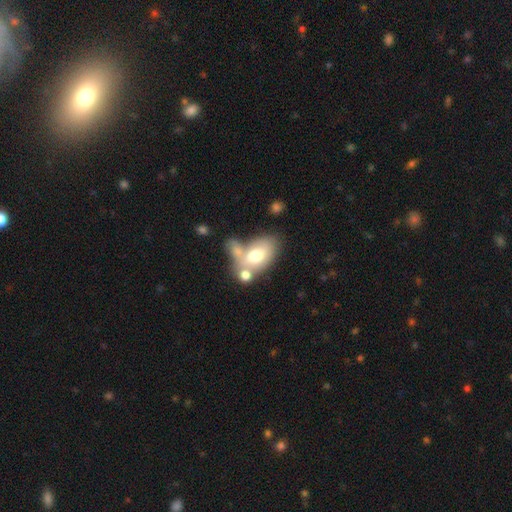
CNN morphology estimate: A smooth galaxy with no disk features (66%) that is in between round and cigar-shaped (87%). Merging: merger (42%).